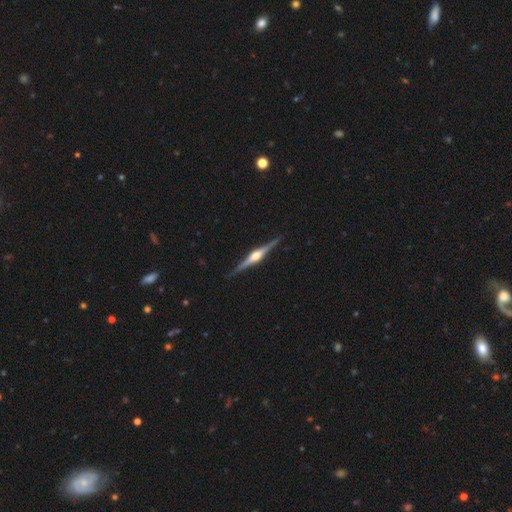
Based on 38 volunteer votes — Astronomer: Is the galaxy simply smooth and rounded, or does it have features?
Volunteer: featured or disk — 87%.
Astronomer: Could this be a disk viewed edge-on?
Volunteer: yes — 100%.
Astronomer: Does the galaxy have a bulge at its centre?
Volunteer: rounded — 94%.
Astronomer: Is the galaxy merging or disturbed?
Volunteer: none — 89%.